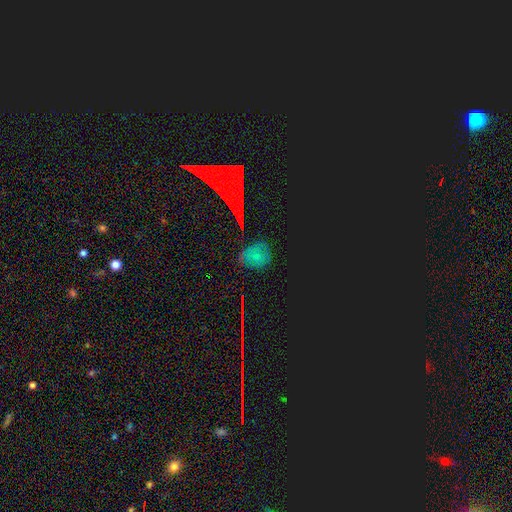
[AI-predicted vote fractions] Morphology: type=star or artifact (43%).